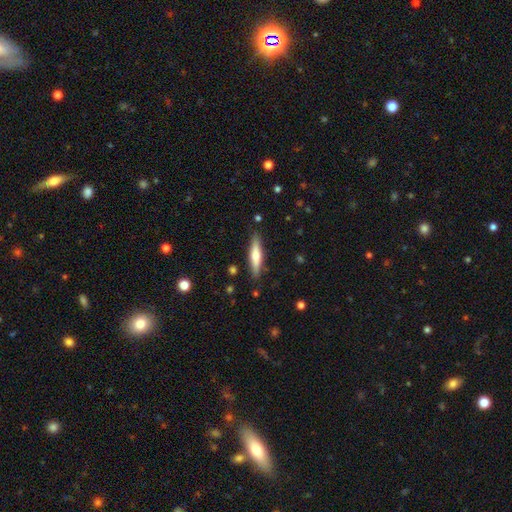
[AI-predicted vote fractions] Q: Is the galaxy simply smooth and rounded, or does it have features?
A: smooth — 52%.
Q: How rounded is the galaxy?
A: cigar-shaped — 82%.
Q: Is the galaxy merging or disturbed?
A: none — 87%.